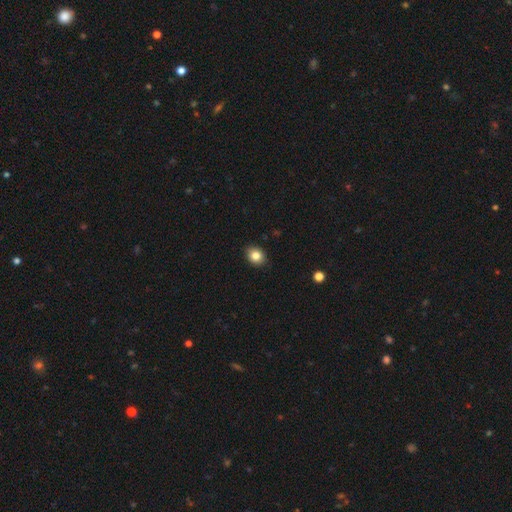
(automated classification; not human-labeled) smooth 84%, star or artifact 10%, featured or disk 7%. Down the decision tree: how rounded — round (52%); merging — none (89%).